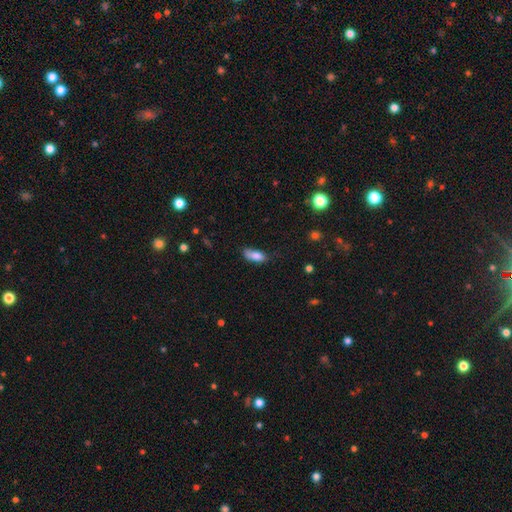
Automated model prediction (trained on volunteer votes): A smooth galaxy with no disk features (80%) that is in between round and cigar-shaped (80%). Merging: none (50%).